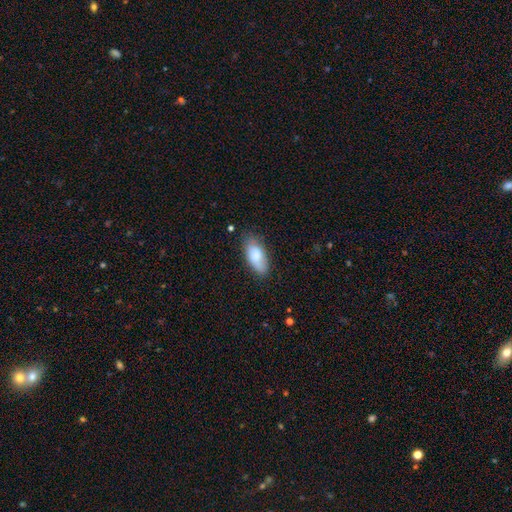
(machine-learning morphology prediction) smooth 78%, featured or disk 15%, star or artifact 6%. Down the decision tree: how rounded — in between (88%); merging — none (72%).